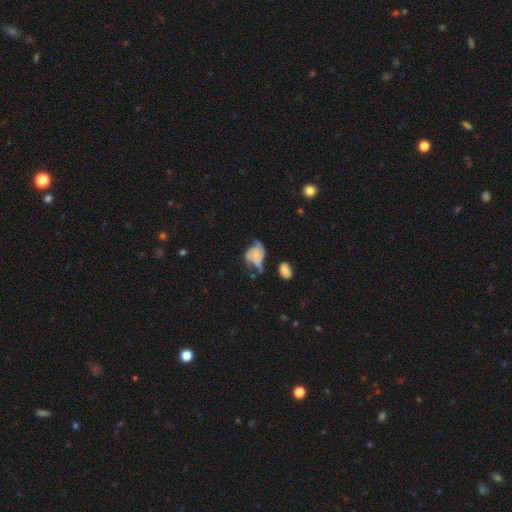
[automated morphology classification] A featured or disk galaxy (49%). Merging: major disturbance (31%).